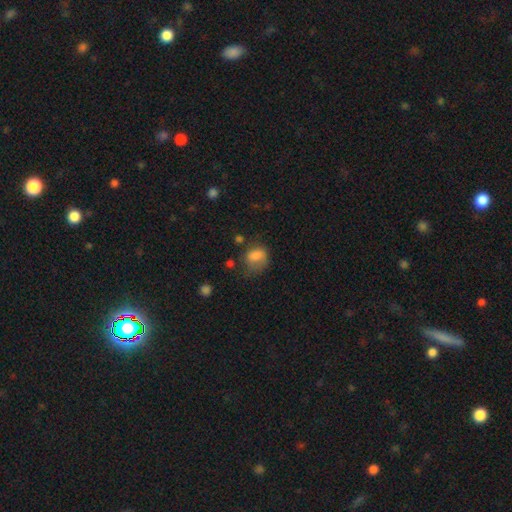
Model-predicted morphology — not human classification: Q: Smooth or featured?
A: smooth (78%); runner-up: featured or disk (12%)
Q: How rounded?
A: in between (52%); runner-up: round (46%)
Q: Merging?
A: none (41%); runner-up: minor disturbance (31%)